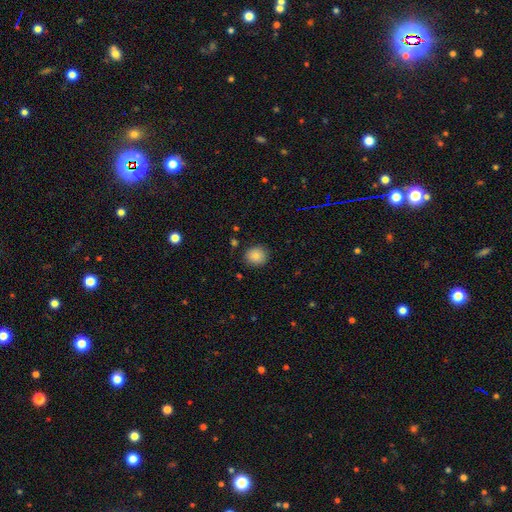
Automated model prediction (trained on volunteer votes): smooth-or-featured: smooth: 85% | star or artifact: 10% | featured or disk: 6%
  how-rounded: round: 83% | in between: 16% | cigar-shaped: 1%
  merging: none: 88% | minor disturbance: 9% | major disturbance: 2% | merger: 2%